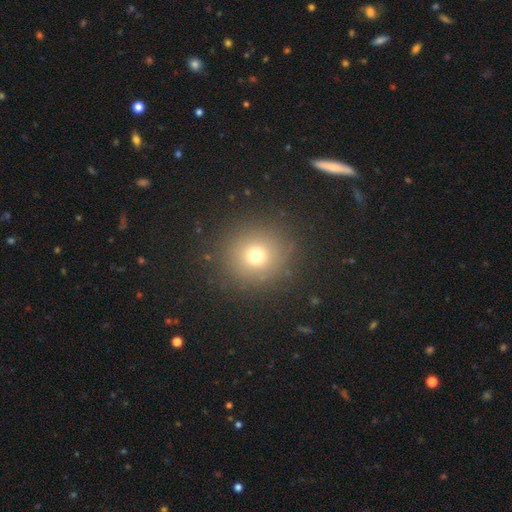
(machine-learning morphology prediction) smooth_or_featured: smooth (p=0.70) [alt: star or artifact p=0.19]
how_rounded: round (p=0.91) [alt: in between p=0.08]
merging: none (p=0.88) [alt: minor disturbance p=0.07]